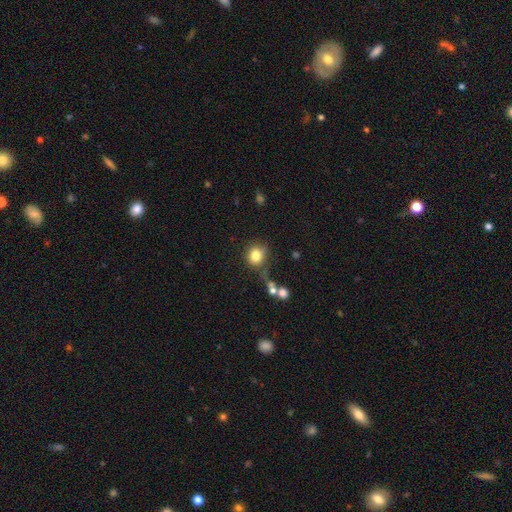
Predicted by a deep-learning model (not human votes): Smooth or featured? Predicted: smooth (p=0.81). How rounded? Predicted: round (p=0.82). Merging? Predicted: none (p=0.62).